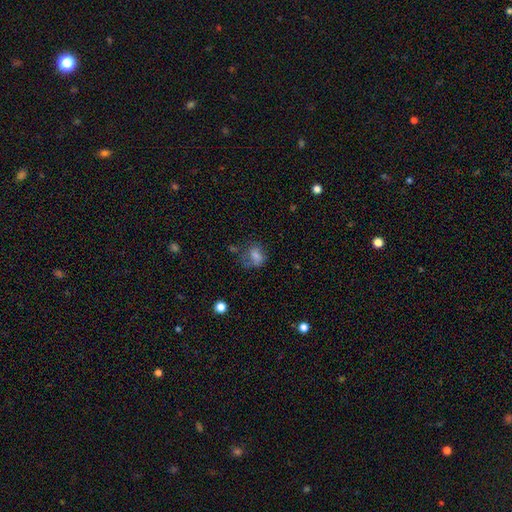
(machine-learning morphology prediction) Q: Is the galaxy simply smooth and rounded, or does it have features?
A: smooth — 61%.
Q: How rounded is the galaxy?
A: in between — 56%.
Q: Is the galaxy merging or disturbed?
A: none — 44%.